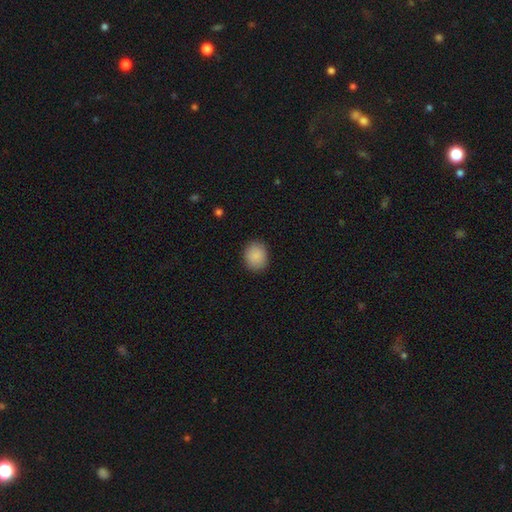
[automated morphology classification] Overall: smooth (89%). How rounded: round (67%; in between 32%). Merging: none (88%).